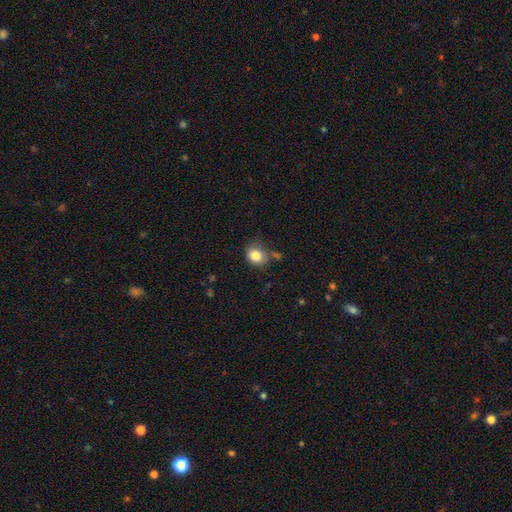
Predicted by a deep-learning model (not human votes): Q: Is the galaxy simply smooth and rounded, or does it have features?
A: smooth — 83%.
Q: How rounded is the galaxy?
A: round — 70%.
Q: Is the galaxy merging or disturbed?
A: none — 58%.